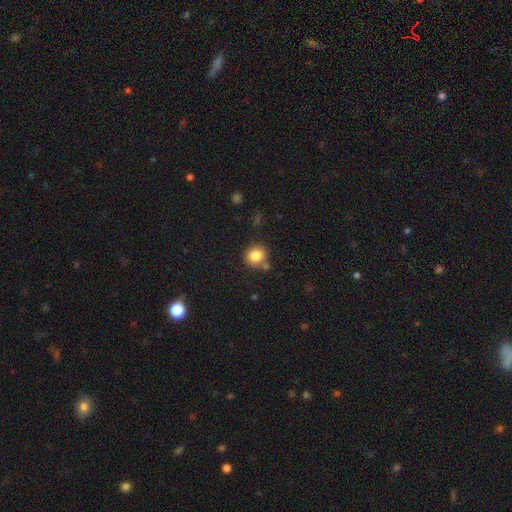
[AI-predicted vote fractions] Smooth or featured?
  - smooth: 83% *
  - star or artifact: 10%
  - featured or disk: 7%
How rounded?
  - round: 83% *
  - in between: 16%
  - cigar-shaped: 1%
Merging?
  - none: 73% *
  - merger: 12%
  - minor disturbance: 11%
  - major disturbance: 3%